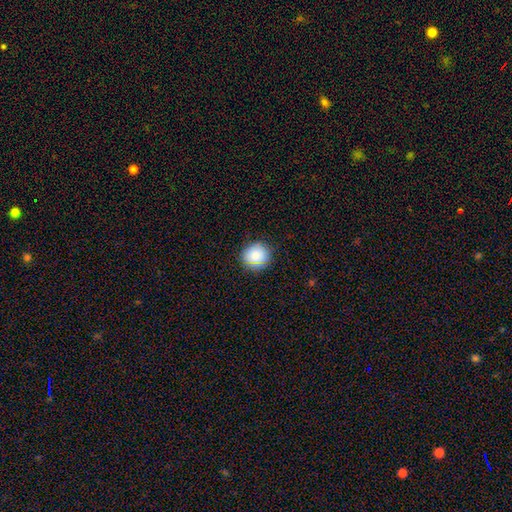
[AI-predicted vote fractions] Smooth or featured: smooth — 86% (star or artifact — 9%)
How rounded: round — 91% (in between — 8%)
Merging: none — 88% (minor disturbance — 9%)